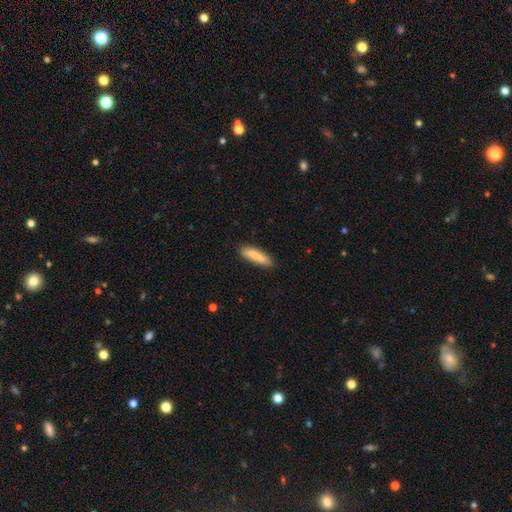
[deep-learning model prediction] A smooth galaxy with no disk features (83%) that is cigar-shaped (70%).

Vote fractions:
- Smooth or featured? smooth: 83% / featured or disk: 11% / star or artifact: 6%
- How rounded? cigar-shaped: 70% / in between: 29% / round: 1%
- Merging? none: 84% / minor disturbance: 12% / major disturbance: 2% / merger: 1%